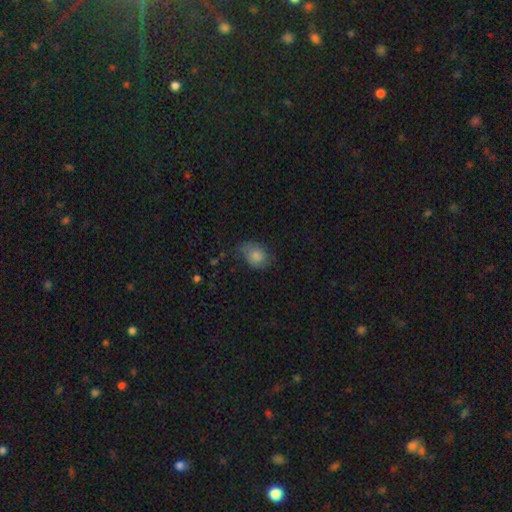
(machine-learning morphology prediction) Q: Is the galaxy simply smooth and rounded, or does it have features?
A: smooth — 74%.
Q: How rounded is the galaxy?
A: in between — 68%.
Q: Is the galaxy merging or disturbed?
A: none — 54%.